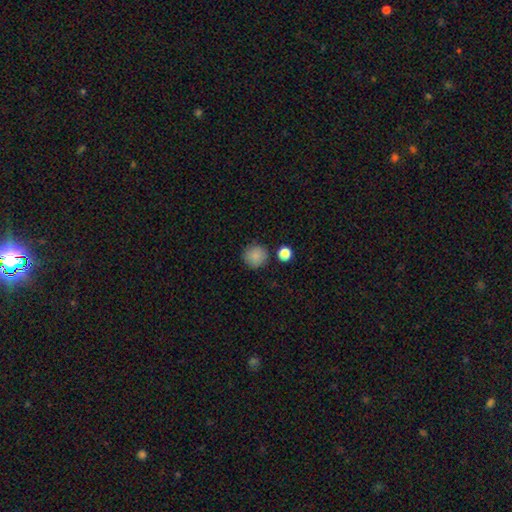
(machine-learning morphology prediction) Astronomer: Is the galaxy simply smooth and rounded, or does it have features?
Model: smooth — 87%.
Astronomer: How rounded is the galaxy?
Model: round — 93%.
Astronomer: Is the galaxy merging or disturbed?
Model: none — 85%.